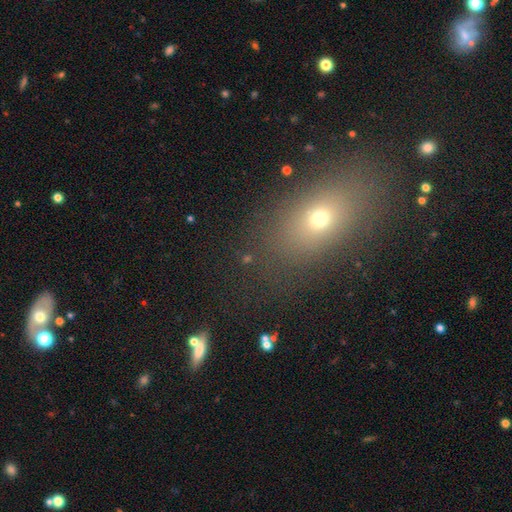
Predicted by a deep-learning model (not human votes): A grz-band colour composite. It shows a smooth galaxy with no disk features (60%) that is in between round and cigar-shaped (71%). Merging: none (85%).